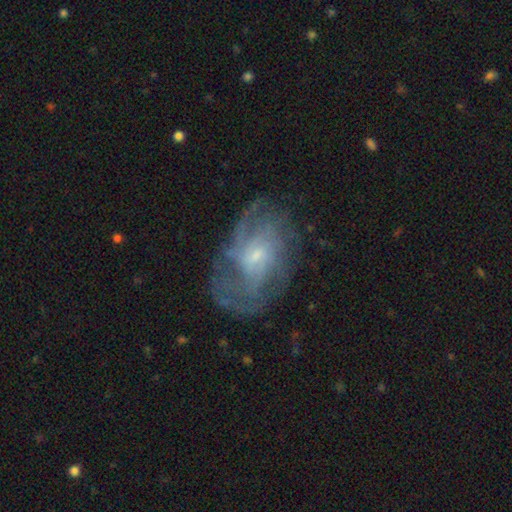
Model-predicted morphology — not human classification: Smooth or featured? featured or disk (76%)
Edge-on disk? no (96%)
Bar? no (47%)
Spiral arms? yes (82%)
Spiral winding? medium (41%)
Spiral arm count? can't tell (46%)
Bulge size? small (62%)
Merging? none (61%)